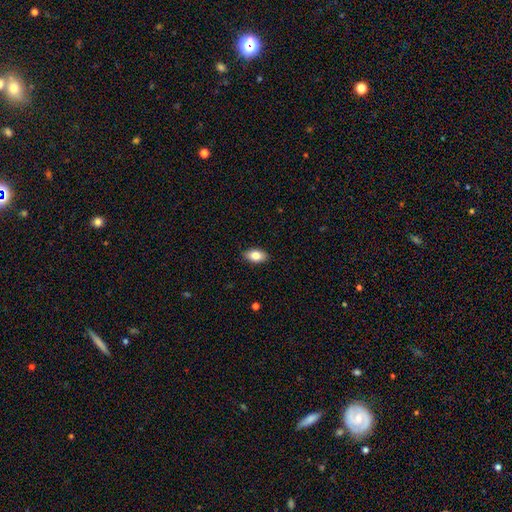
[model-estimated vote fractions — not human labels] Smooth or featured?
  - smooth: 81% *
  - featured or disk: 12%
  - star or artifact: 7%
How rounded?
  - in between: 90% *
  - round: 6%
  - cigar-shaped: 4%
Merging?
  - none: 88% *
  - minor disturbance: 9%
  - major disturbance: 2%
  - merger: 1%